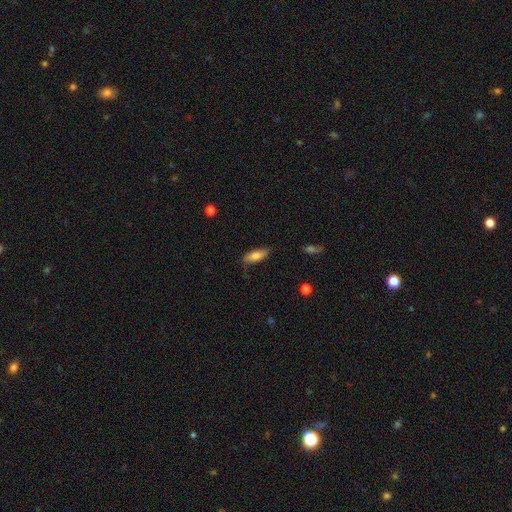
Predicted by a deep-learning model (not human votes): Morphology: type=smooth (78%); roundness=in between (67%); merging=none (75%).